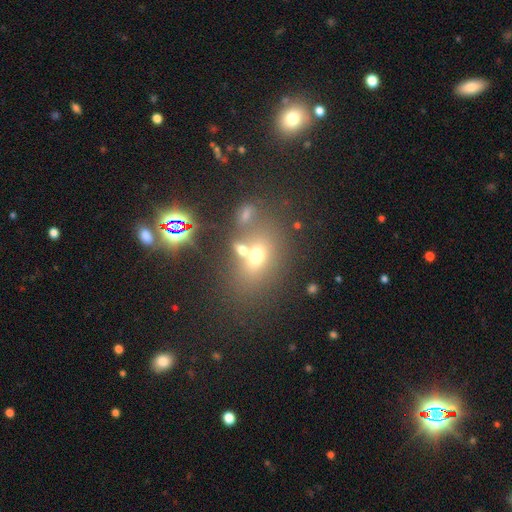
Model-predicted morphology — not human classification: Smooth or featured?
  - smooth: 59% *
  - star or artifact: 22%
  - featured or disk: 19%
How rounded?
  - in between: 67% *
  - round: 31%
  - cigar-shaped: 3%
Merging?
  - none: 48% *
  - merger: 33%
  - minor disturbance: 11%
  - major disturbance: 7%